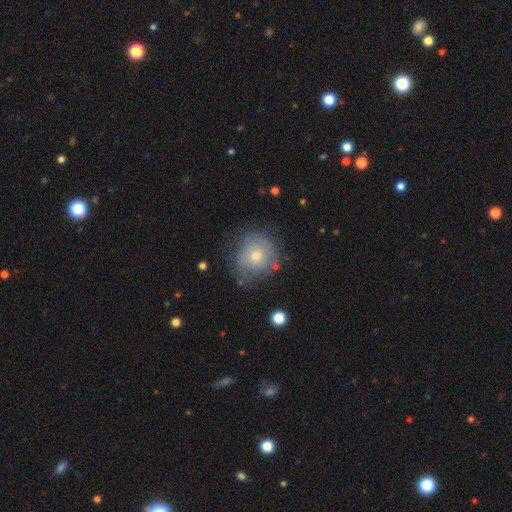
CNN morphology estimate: Overall: smooth (60%; featured or disk 30%). How rounded: round (85%). Merging: none (63%; minor disturbance 25%).